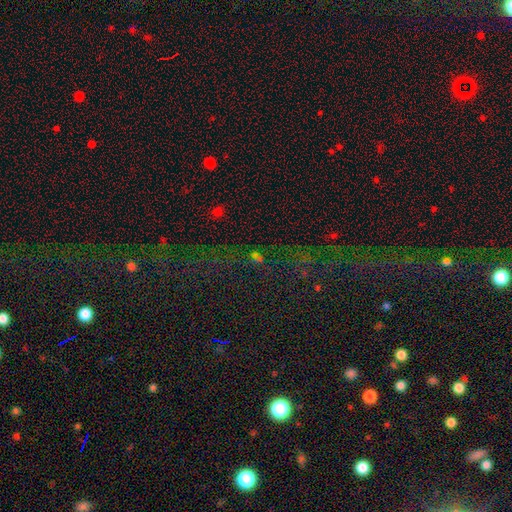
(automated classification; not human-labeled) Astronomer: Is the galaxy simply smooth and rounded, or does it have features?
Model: star or artifact — 65%.